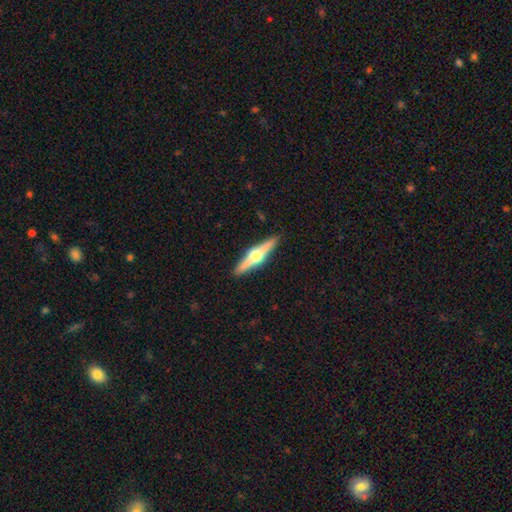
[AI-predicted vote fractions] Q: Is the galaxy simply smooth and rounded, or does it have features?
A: featured or disk — 76%.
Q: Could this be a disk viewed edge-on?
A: yes — 98%.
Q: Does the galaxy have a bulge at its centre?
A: rounded — 95%.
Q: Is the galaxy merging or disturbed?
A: none — 91%.